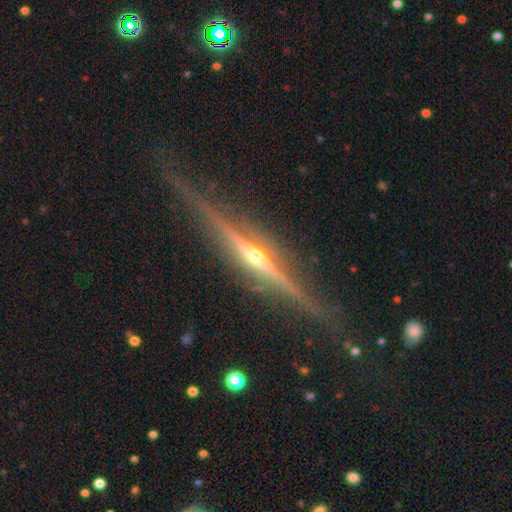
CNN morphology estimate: Overall: featured or disk (90%). Edge-on disk: yes (98%). Edge-on bulge: rounded (87%). Merging: none (85%).